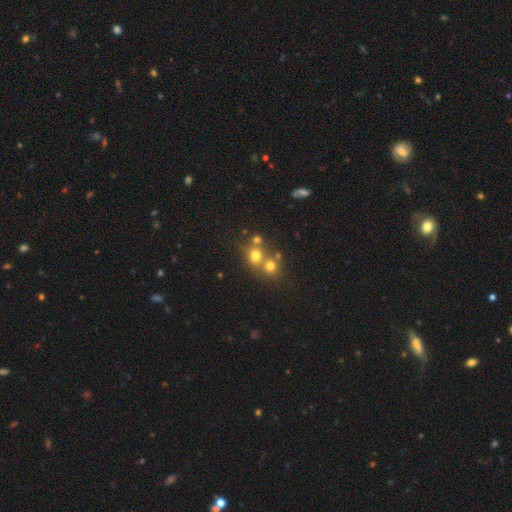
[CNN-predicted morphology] smooth-or-featured: smooth: 69% | star or artifact: 17% | featured or disk: 13%
  how-rounded: round: 79% | in between: 20% | cigar-shaped: 1%
  merging: none: 45% | merger: 44% | minor disturbance: 8% | major disturbance: 4%